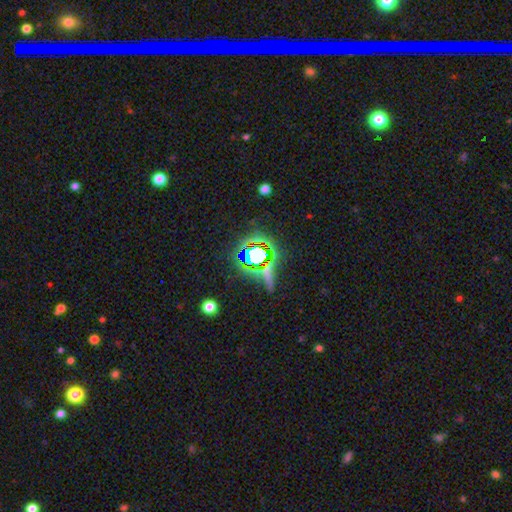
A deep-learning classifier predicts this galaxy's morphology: This is likely a star or artifact rather than a galaxy (65%).